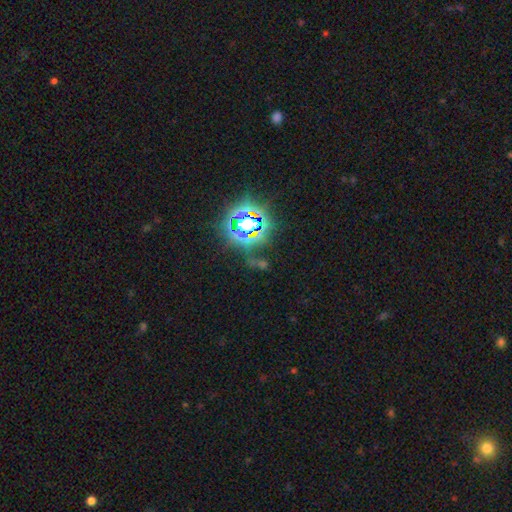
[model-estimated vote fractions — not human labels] A star or artifact, not a galaxy (82%).